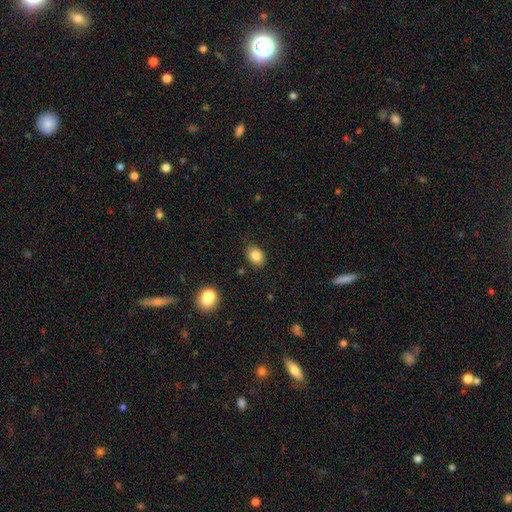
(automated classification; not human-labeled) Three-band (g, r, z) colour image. It shows a smooth galaxy with no disk features (84%) that is in between round and cigar-shaped (65%). Merging: none (80%).